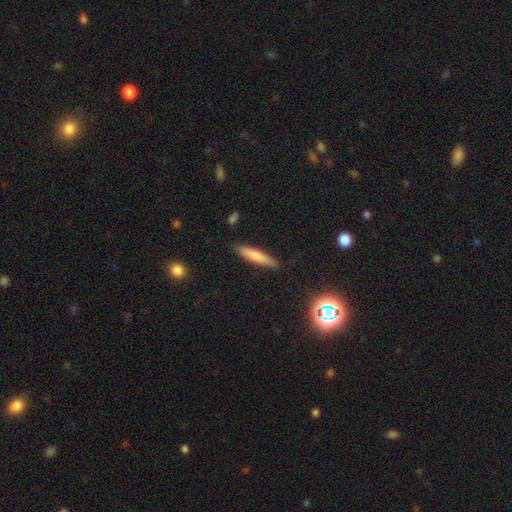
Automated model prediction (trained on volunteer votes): A smooth galaxy with no disk features (73%) that is cigar-shaped (86%). Merging: none (87%).